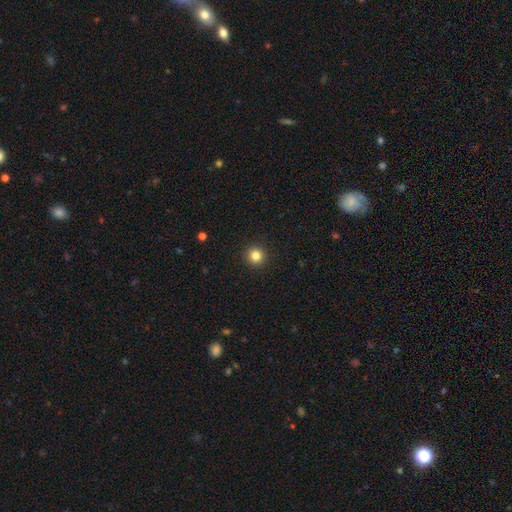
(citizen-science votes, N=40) Smooth or featured: smooth — 82% (featured or disk — 10%)
How rounded: round — 100%
Merging: none — 97% (minor disturbance — 3%)